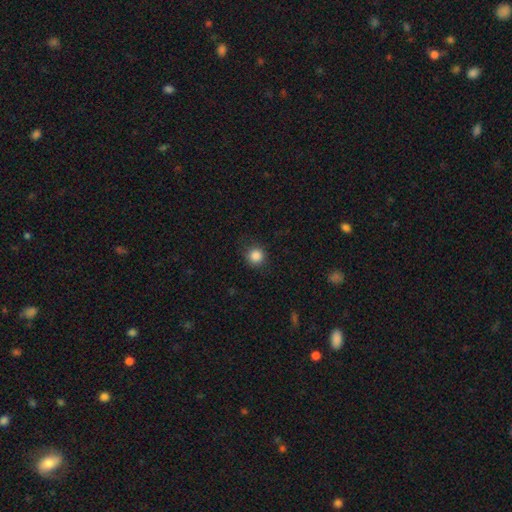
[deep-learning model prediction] Smooth or featured: smooth — 86% (star or artifact — 10%)
How rounded: round — 94% (in between — 6%)
Merging: none — 86% (minor disturbance — 10%)